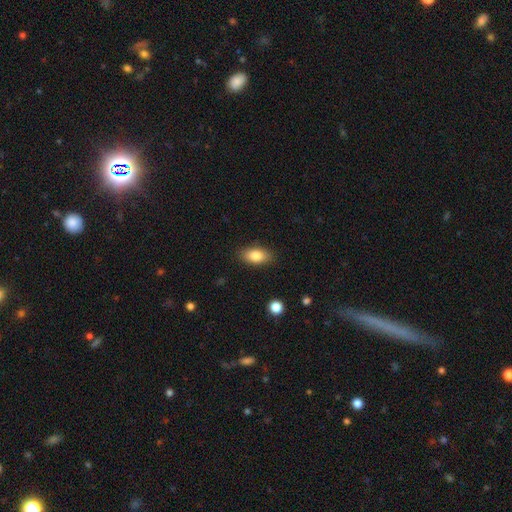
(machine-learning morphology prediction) smooth-or-featured: smooth: 84% | featured or disk: 9% | star or artifact: 7%
  how-rounded: in between: 90% | cigar-shaped: 6% | round: 5%
  merging: none: 87% | minor disturbance: 10% | major disturbance: 2% | merger: 1%